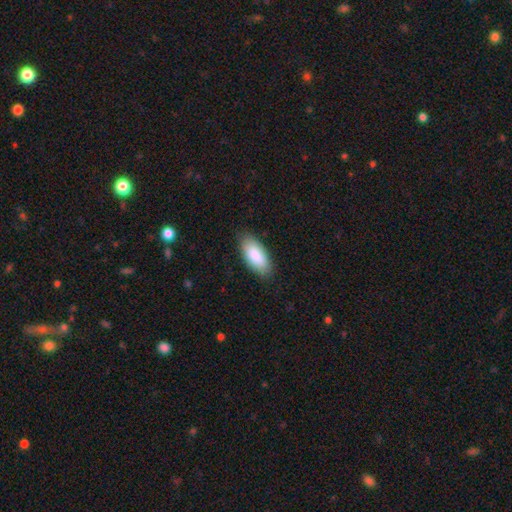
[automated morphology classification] smooth-or-featured: smooth: 87% | featured or disk: 7% | star or artifact: 6%
  how-rounded: in between: 89% | cigar-shaped: 9% | round: 2%
  merging: none: 84% | minor disturbance: 12% | major disturbance: 3% | merger: 1%